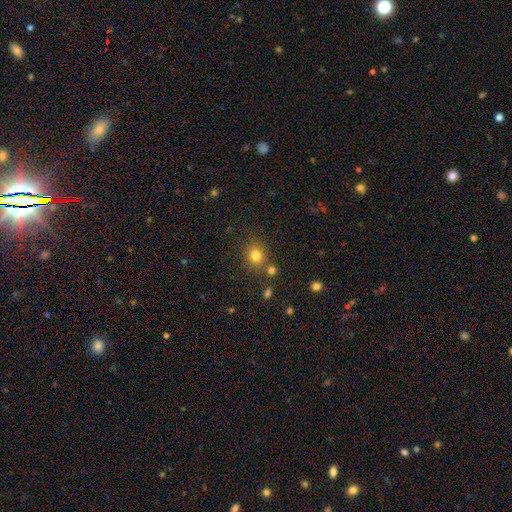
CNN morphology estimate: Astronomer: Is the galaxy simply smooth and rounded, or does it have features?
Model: smooth — 79%.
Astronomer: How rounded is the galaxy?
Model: round — 75%.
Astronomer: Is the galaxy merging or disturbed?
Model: none — 76%.